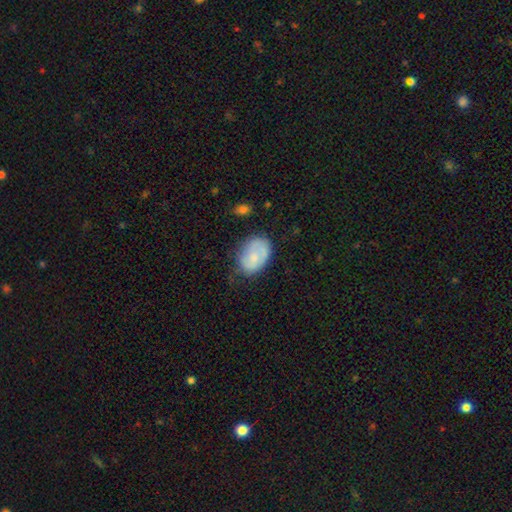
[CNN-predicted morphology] Q: Smooth or featured?
A: smooth (65%); runner-up: featured or disk (29%)
Q: How rounded?
A: in between (83%); runner-up: round (16%)
Q: Merging?
A: none (59%); runner-up: minor disturbance (29%)